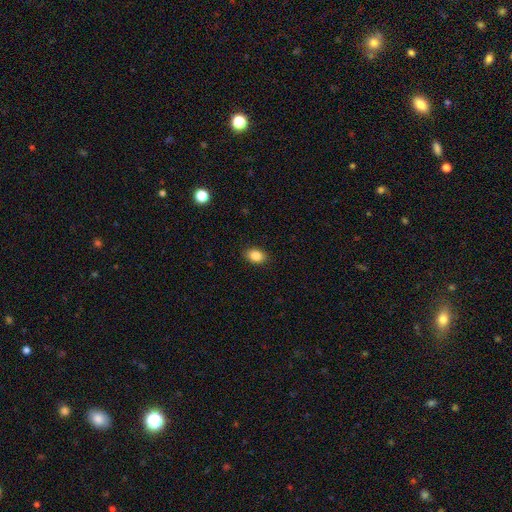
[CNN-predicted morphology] Smooth or featured: smooth — 86% (star or artifact — 9%)
How rounded: in between — 74% (round — 25%)
Merging: none — 89% (minor disturbance — 8%)